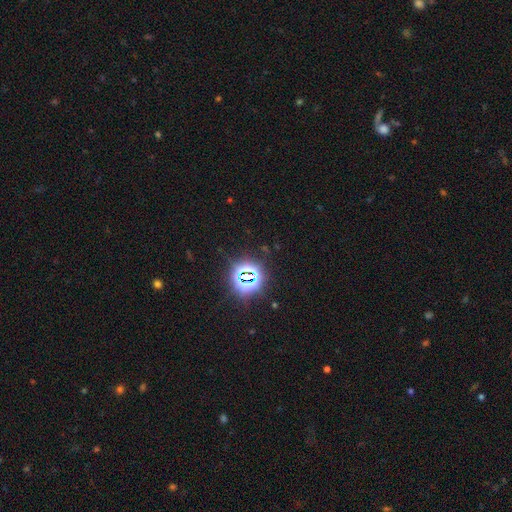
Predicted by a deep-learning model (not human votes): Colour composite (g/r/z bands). It shows a star or artifact, not a galaxy (82%).